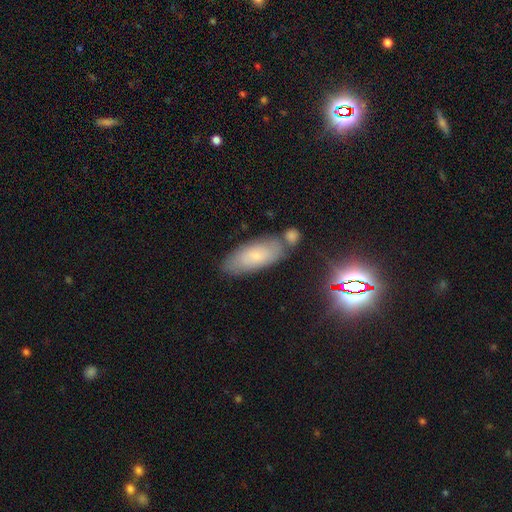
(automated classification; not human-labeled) The model was most divided on "smooth or featured": smooth: 65%, featured or disk: 23%, star or artifact: 12%. More confident: how rounded — in between (80%); merging — none (68%).